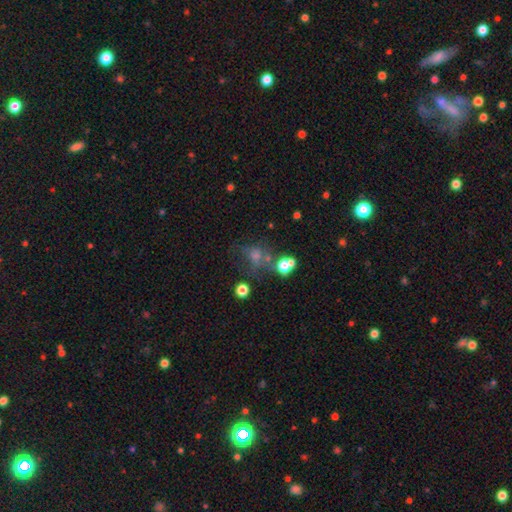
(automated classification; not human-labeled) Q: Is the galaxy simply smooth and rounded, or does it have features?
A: smooth — 41%.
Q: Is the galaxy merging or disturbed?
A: none — 50%.